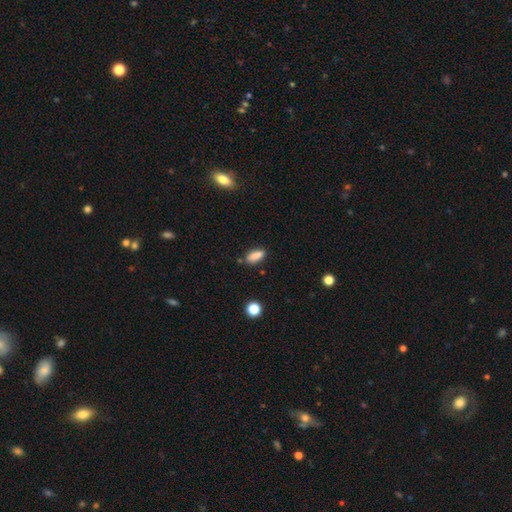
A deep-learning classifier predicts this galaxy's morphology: Q: Smooth or featured?
A: smooth (86%); runner-up: star or artifact (9%)
Q: How rounded?
A: in between (78%); runner-up: cigar-shaped (18%)
Q: Merging?
A: none (78%); runner-up: minor disturbance (14%)